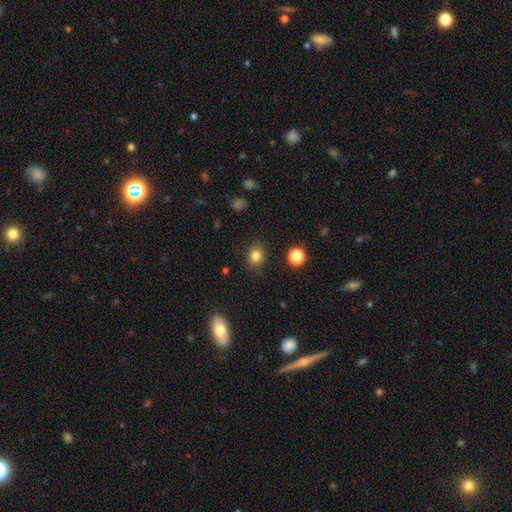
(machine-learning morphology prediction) smooth_or_featured: smooth (p=0.82) [alt: star or artifact p=0.12]
how_rounded: round (p=0.68) [alt: in between p=0.31]
merging: none (p=0.86) [alt: minor disturbance p=0.10]